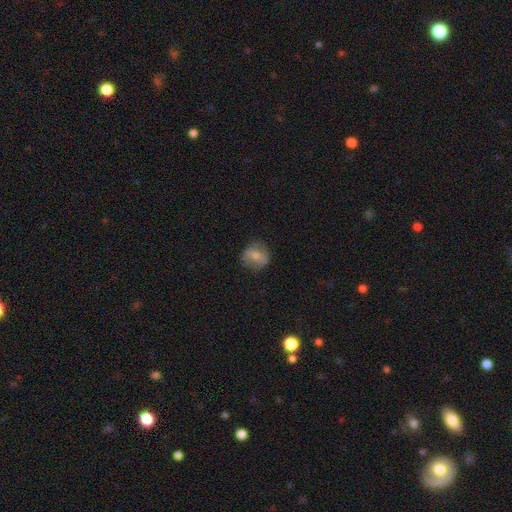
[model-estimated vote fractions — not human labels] smooth_or_featured: smooth (p=0.54) [alt: featured or disk p=0.37]
how_rounded: round (p=0.79) [alt: in between p=0.20]
merging: none (p=0.79) [alt: minor disturbance p=0.15]